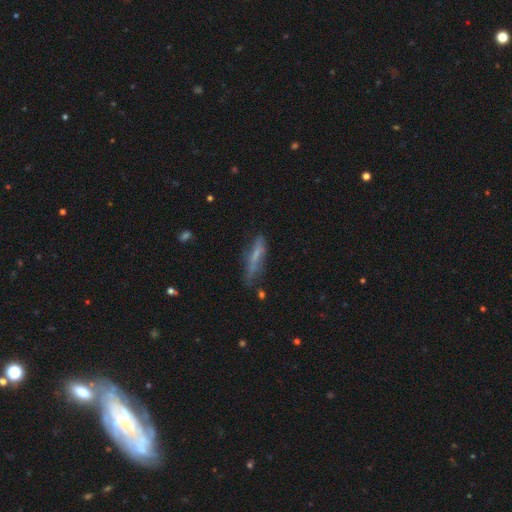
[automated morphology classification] smooth 49%, featured or disk 42%, star or artifact 10%. Down the decision tree: merging — none (54%).